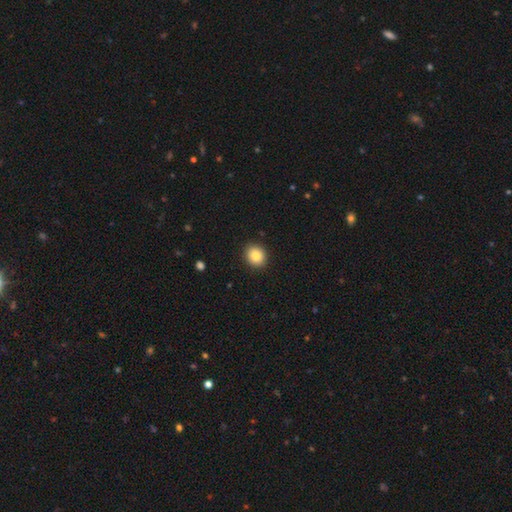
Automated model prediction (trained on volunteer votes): The model was most divided on "how rounded": round: 79%, in between: 20%, cigar-shaped: 1%. More confident: merging — none (91%); smooth or featured — smooth (85%).